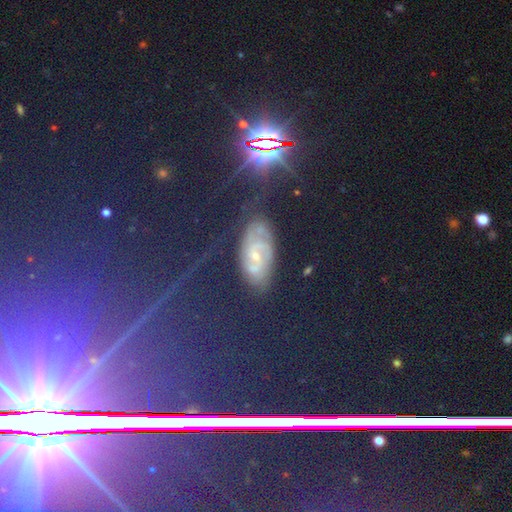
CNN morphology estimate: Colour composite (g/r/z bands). It shows a star or artifact, not a galaxy (52%).